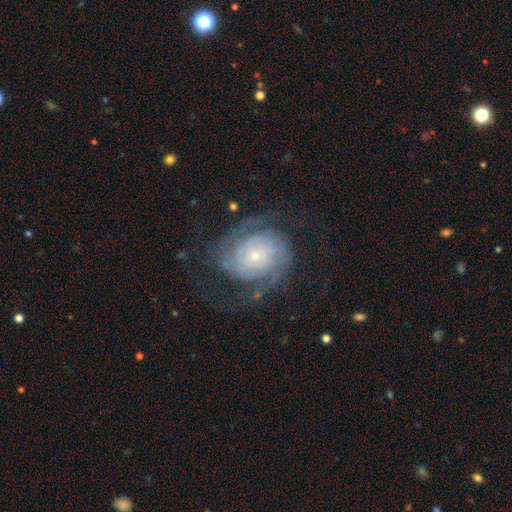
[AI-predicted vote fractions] The model was most divided on "spiral arm count": 2: 49%, can't tell: 21%, 3: 13%, 4: 6%, 1: 5%, more than 4: 5%. More confident: edge-on disk — no (98%); spiral arms — yes (96%); smooth or featured — featured or disk (85%); bulge size — small (77%); bar — no (74%); merging — none (66%); spiral winding — tight (62%).